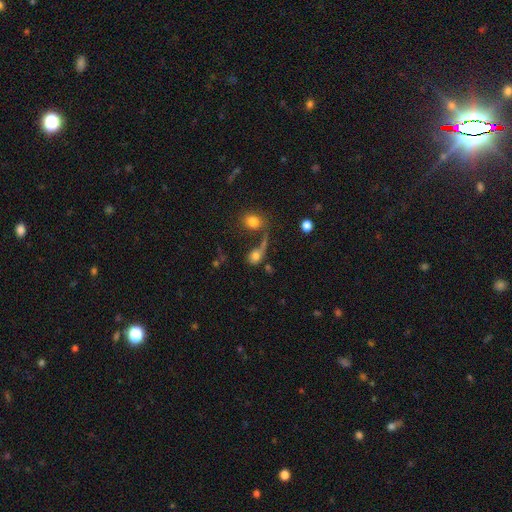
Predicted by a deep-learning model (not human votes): smooth-or-featured: smooth: 69% | featured or disk: 19% | star or artifact: 13%
  how-rounded: in between: 51% | round: 44% | cigar-shaped: 5%
  merging: merger: 32% | none: 31% | major disturbance: 23% | minor disturbance: 14%